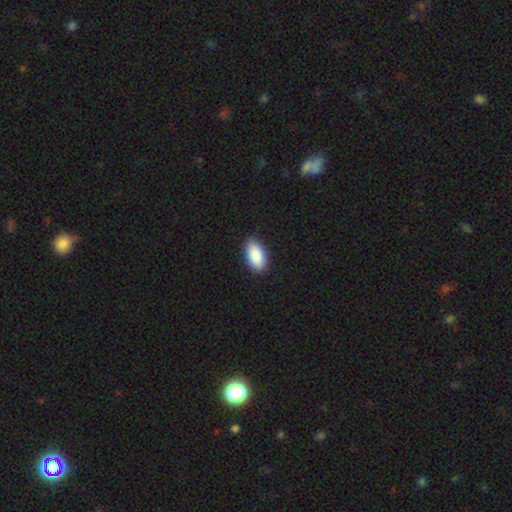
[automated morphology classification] smooth-or-featured: smooth: 90% | star or artifact: 6% | featured or disk: 4%
  how-rounded: in between: 94% | cigar-shaped: 3% | round: 2%
  merging: none: 89% | minor disturbance: 9% | major disturbance: 2% | merger: 1%